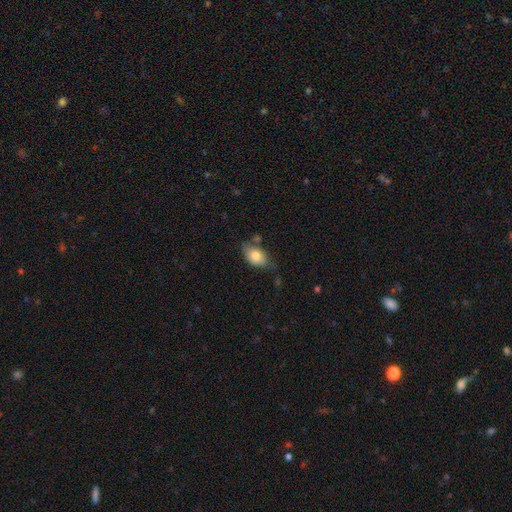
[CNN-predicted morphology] smooth-or-featured: smooth: 78% | featured or disk: 15% | star or artifact: 7%
  how-rounded: in between: 87% | round: 12% | cigar-shaped: 2%
  merging: none: 55% | minor disturbance: 30% | merger: 8% | major disturbance: 7%